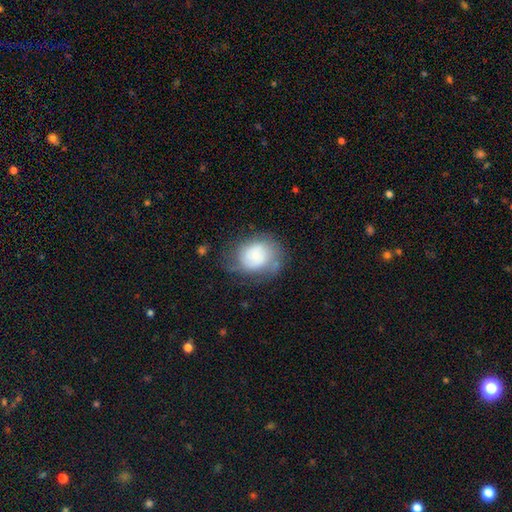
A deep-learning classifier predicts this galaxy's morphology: Smooth or featured? Predicted: smooth (p=0.60). How rounded? Predicted: round (p=0.61). Merging? Predicted: none (p=0.46).